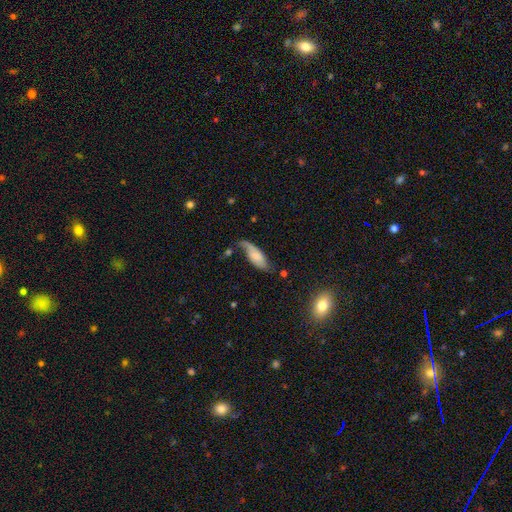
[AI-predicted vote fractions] This is likely a smooth galaxy (60%). How rounded: likely in between (75%). Merging: marginally none (41%).